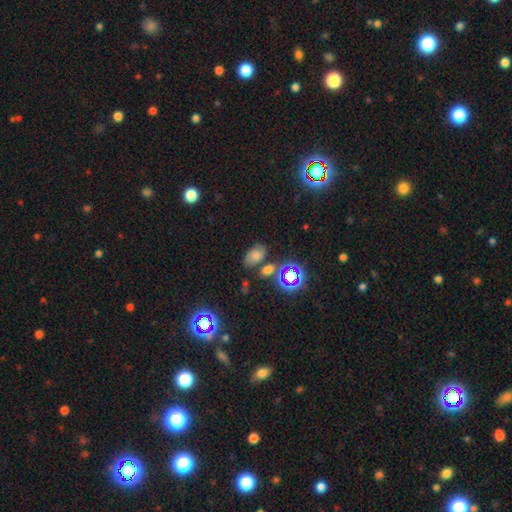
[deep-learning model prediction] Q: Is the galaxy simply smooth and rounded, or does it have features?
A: smooth — 65%.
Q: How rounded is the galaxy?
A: in between — 86%.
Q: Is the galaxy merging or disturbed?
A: none — 63%.